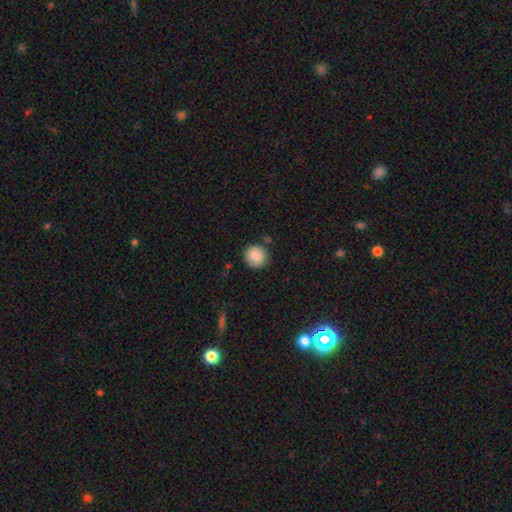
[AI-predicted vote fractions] Smooth or featured?
  - smooth: 84% *
  - star or artifact: 8%
  - featured or disk: 7%
How rounded?
  - round: 94% *
  - in between: 5%
  - cigar-shaped: 1%
Merging?
  - none: 85% *
  - minor disturbance: 9%
  - merger: 3%
  - major disturbance: 2%